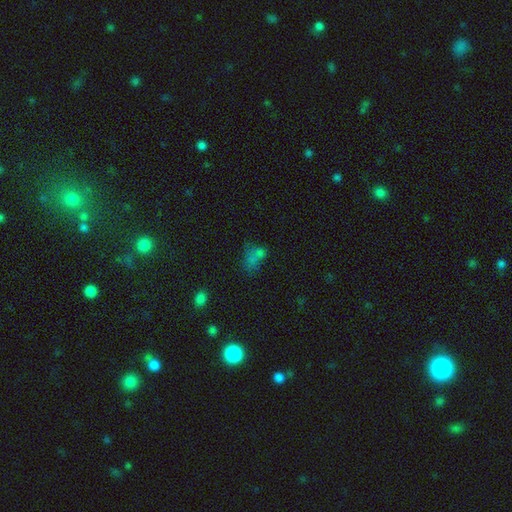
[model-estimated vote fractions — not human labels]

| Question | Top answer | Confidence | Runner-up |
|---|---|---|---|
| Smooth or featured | smooth | 61% | star or artifact (23%) |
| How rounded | in between | 73% | round (23%) |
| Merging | merger | 35% | none (30%) |